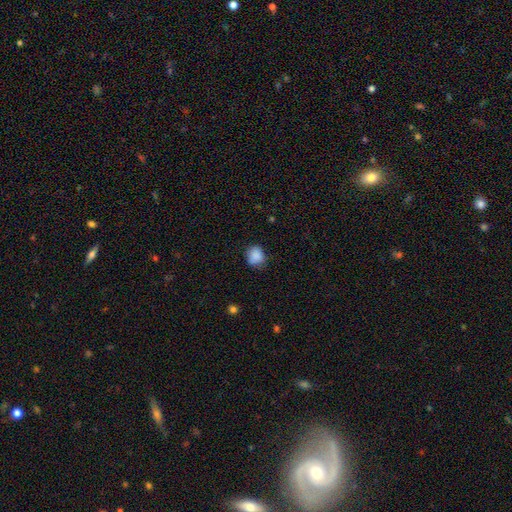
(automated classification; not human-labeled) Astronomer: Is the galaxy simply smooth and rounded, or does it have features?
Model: smooth — 86%.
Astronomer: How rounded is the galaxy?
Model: round — 69%.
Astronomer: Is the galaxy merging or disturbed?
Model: none — 72%.